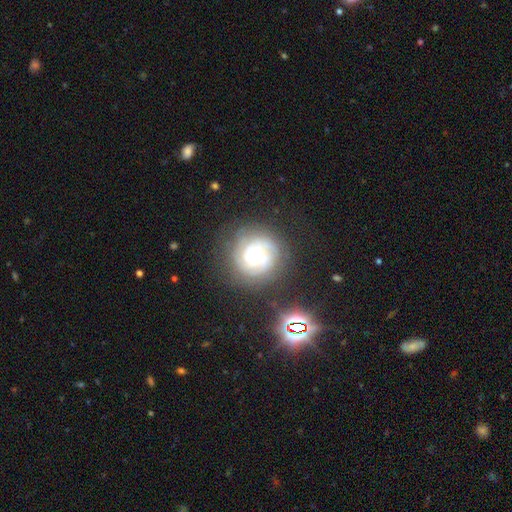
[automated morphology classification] Overall: featured or disk (74%). Edge-on disk: no (97%). Bar: no (72%). Spiral arms: yes (93%). Spiral arm count: can't tell (30%; 3 28%). Spiral winding: tight (69%). Bulge size: moderate (66%). Merging: none (78%).